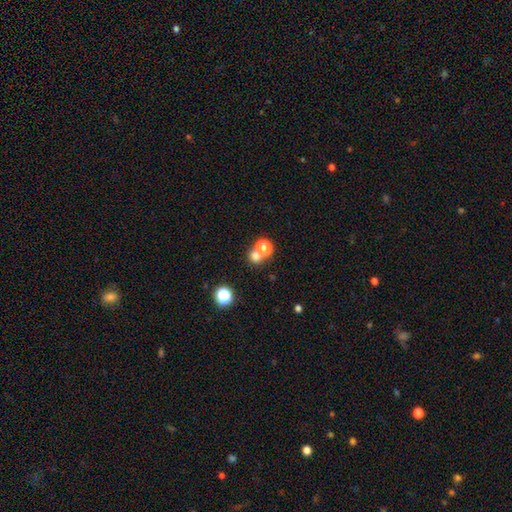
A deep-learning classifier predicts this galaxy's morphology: Q: Smooth or featured?
A: smooth (70%); runner-up: star or artifact (20%)
Q: How rounded?
A: round (80%); runner-up: in between (19%)
Q: Merging?
A: none (51%); runner-up: merger (40%)